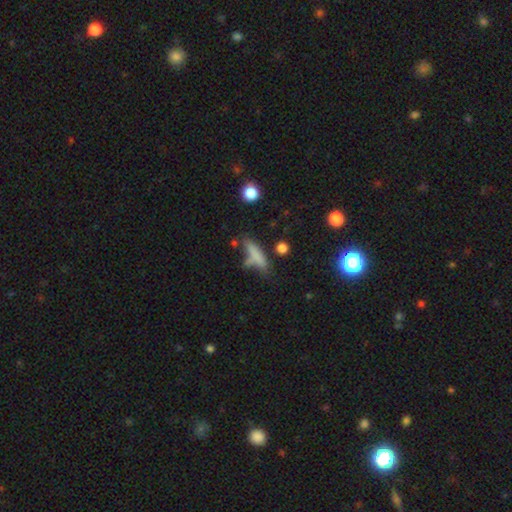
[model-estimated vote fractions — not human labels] The model was most divided on "merging": none: 52%, minor disturbance: 23%, merger: 13%, major disturbance: 12%. More confident: smooth or featured — smooth (71%); how rounded — cigar-shaped (70%).